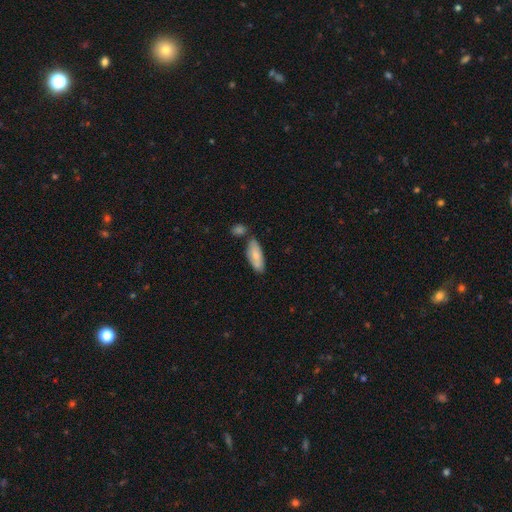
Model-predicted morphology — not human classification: Smooth or featured? Predicted: smooth (p=0.74). How rounded? Predicted: in between (p=0.74). Merging? Predicted: none (p=0.64).